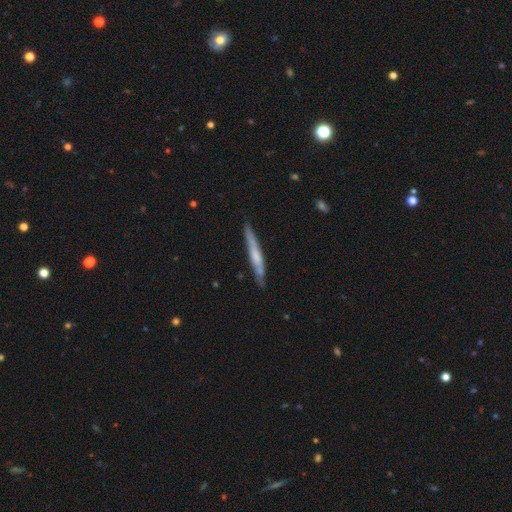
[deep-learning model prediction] Smooth or featured?
  - featured or disk: 50% *
  - smooth: 45%
  - star or artifact: 6%
Merging?
  - none: 82% *
  - minor disturbance: 14%
  - major disturbance: 2%
  - merger: 2%